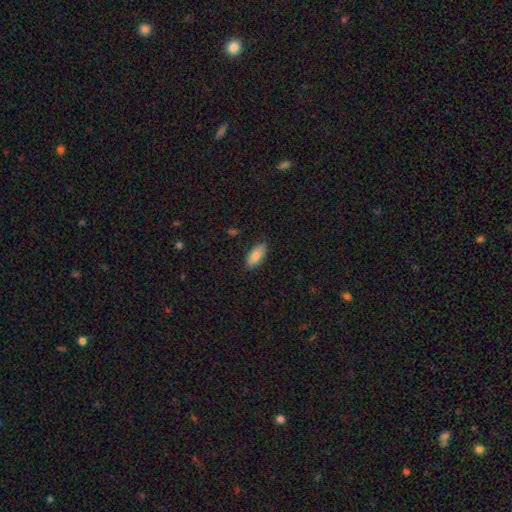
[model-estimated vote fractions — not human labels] Smooth or featured? smooth (84%)
How rounded? in between (84%)
Merging? none (85%)